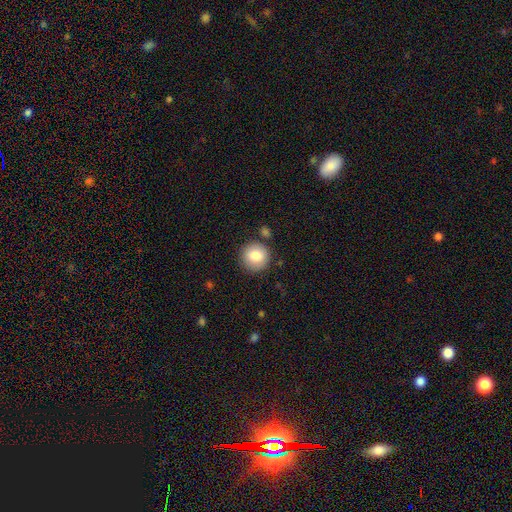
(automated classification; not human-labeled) Smooth or featured: smooth — 84% (star or artifact — 8%)
How rounded: round — 93% (in between — 6%)
Merging: none — 84% (minor disturbance — 9%)